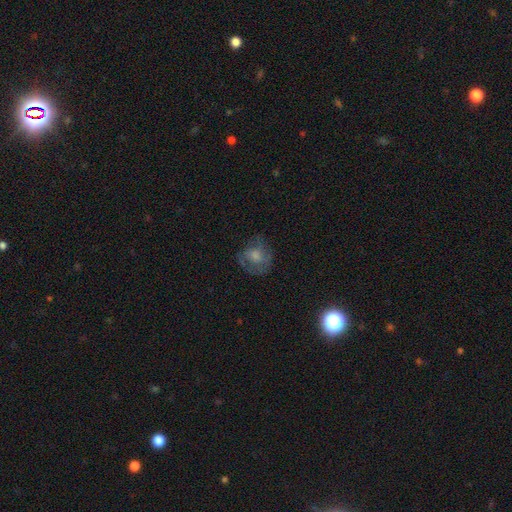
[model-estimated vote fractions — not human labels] Smooth or featured? smooth (52%)
How rounded? round (74%)
Merging? none (59%)